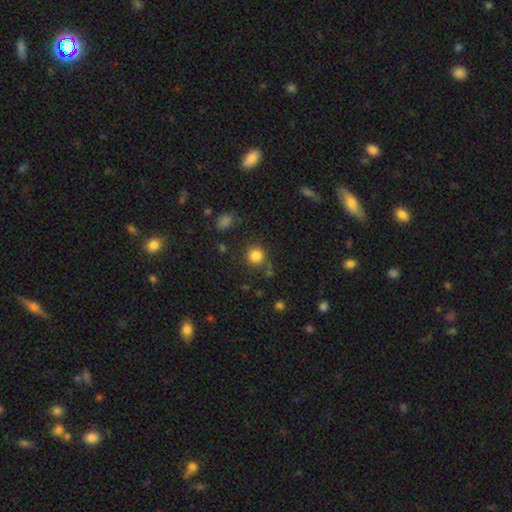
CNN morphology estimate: The model was most divided on "merging": none: 80%, minor disturbance: 10%, merger: 6%, major disturbance: 4%. More confident: how rounded — round (92%); smooth or featured — smooth (84%).